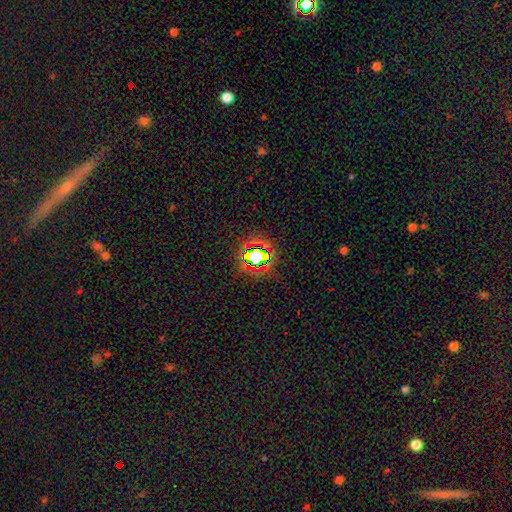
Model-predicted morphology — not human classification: Smooth or featured: star or artifact — 64% (smooth — 24%)